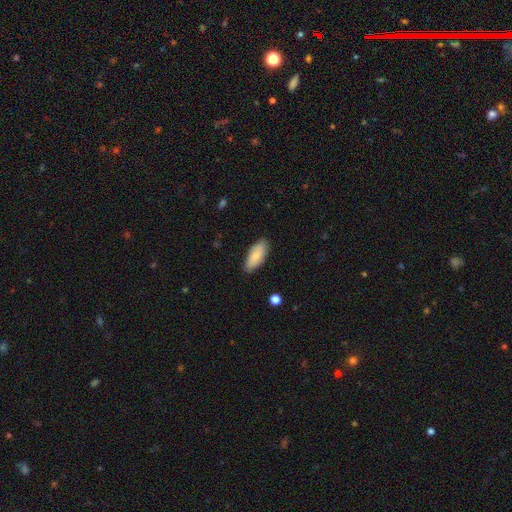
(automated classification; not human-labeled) A smooth galaxy with no disk features (79%) that is in between round and cigar-shaped (86%). Merging: none (82%).